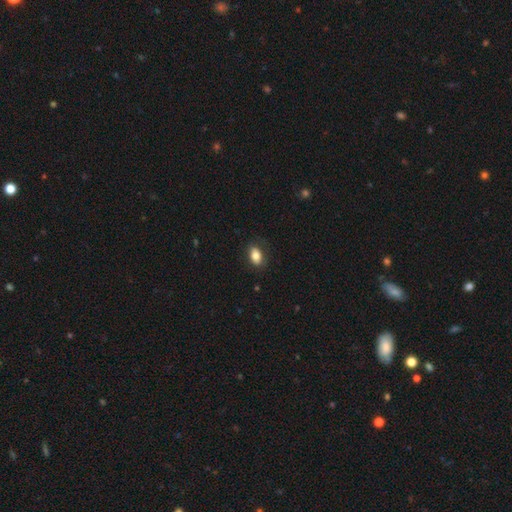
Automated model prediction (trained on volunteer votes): smooth 81%, featured or disk 11%, star or artifact 8%. Down the decision tree: how rounded — in between (88%); merging — none (81%).